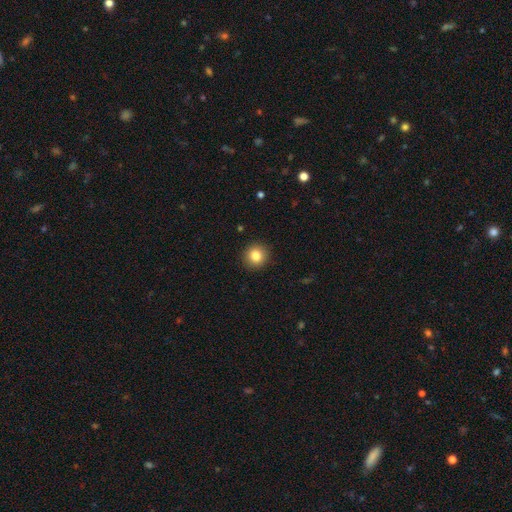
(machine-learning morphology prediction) Smooth or featured? Predicted: smooth (p=0.84). How rounded? Predicted: round (p=0.92). Merging? Predicted: none (p=0.92).